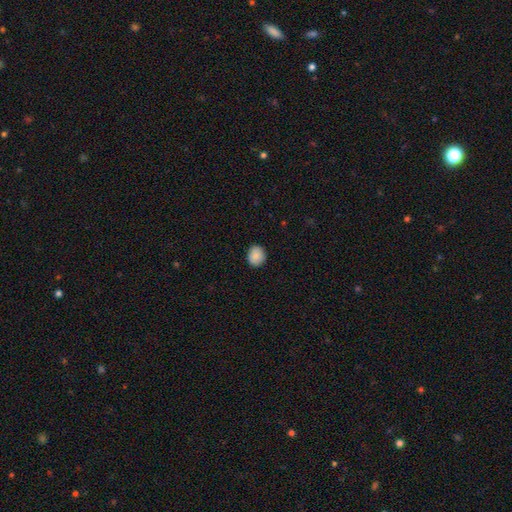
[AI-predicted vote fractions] Smooth or featured? Predicted: smooth (p=0.88). How rounded? Predicted: round (p=0.73). Merging? Predicted: none (p=0.89).